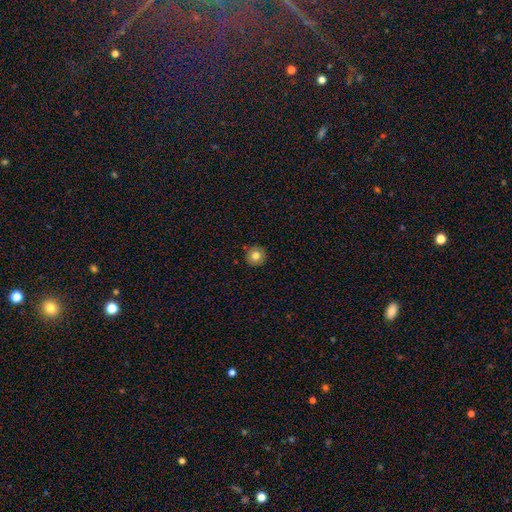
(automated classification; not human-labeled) This is likely a smooth galaxy (79%). How rounded: clearly round (95%). Merging: clearly none (91%).